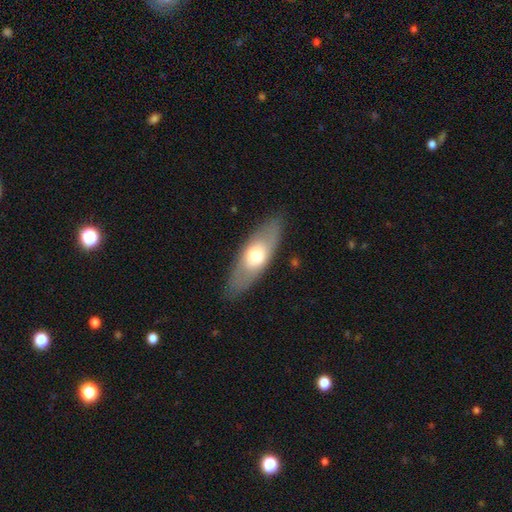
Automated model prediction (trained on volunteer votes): Smooth or featured? smooth (56%)
How rounded? in between (70%)
Merging? none (84%)